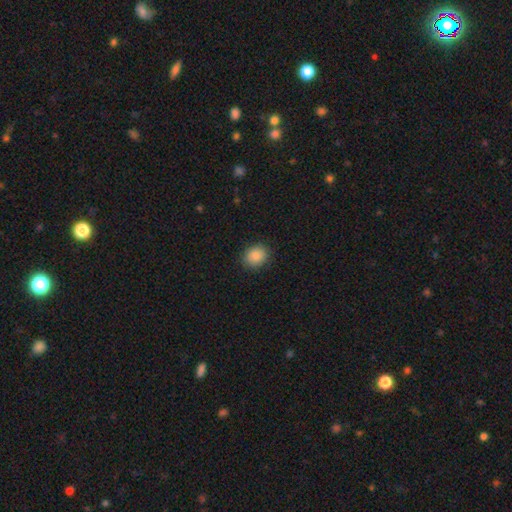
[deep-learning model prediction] Smooth or featured? smooth (87%)
How rounded? round (65%)
Merging? none (88%)